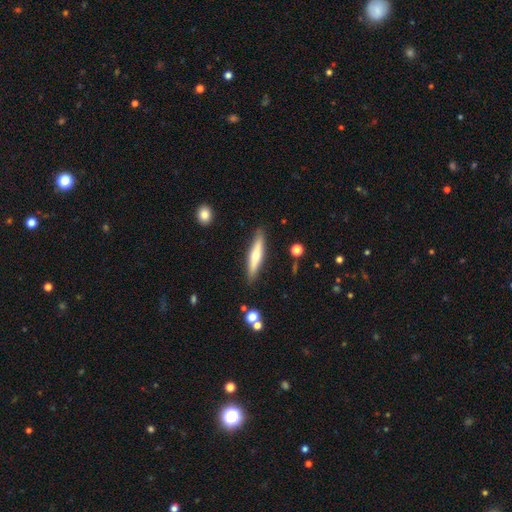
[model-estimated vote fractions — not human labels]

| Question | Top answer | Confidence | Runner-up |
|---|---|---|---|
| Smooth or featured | smooth | 53% | featured or disk (41%) |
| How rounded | cigar-shaped | 84% | in between (14%) |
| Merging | none | 87% | minor disturbance (9%) |